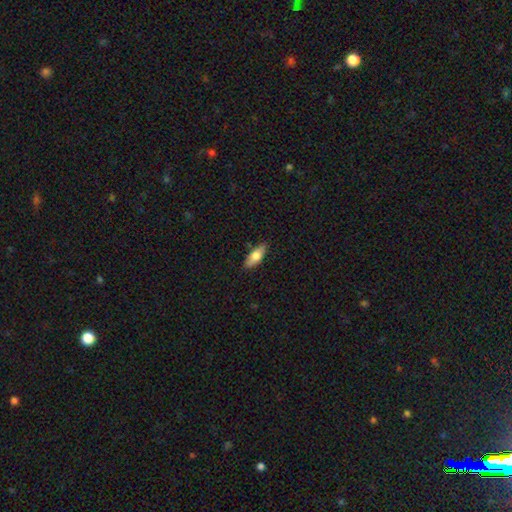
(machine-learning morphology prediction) This is likely a smooth galaxy (74%). How rounded: likely in between (69%). Merging: clearly none (85%).